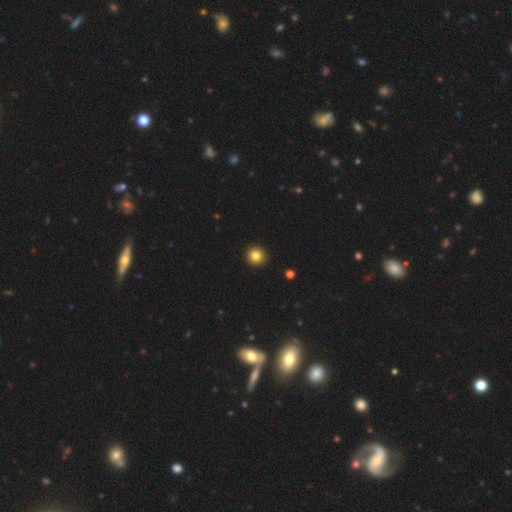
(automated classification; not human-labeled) Smooth or featured? Predicted: smooth (p=0.82). How rounded? Predicted: round (p=0.95). Merging? Predicted: none (p=0.94).